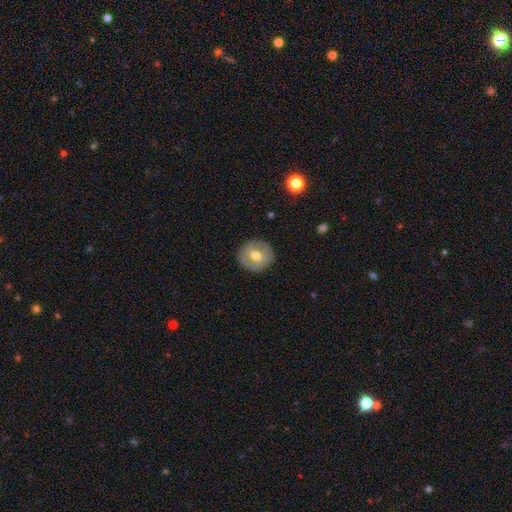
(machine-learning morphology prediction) Q: Smooth or featured?
A: smooth (51%); runner-up: featured or disk (42%)
Q: How rounded?
A: round (89%); runner-up: in between (10%)
Q: Merging?
A: none (87%); runner-up: minor disturbance (10%)